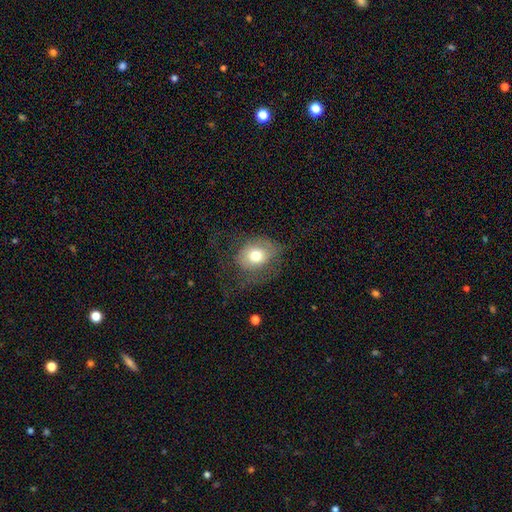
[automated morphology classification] Smooth or featured: smooth — 69% (featured or disk — 21%)
How rounded: round — 55% (in between — 44%)
Merging: none — 45% (major disturbance — 29%)